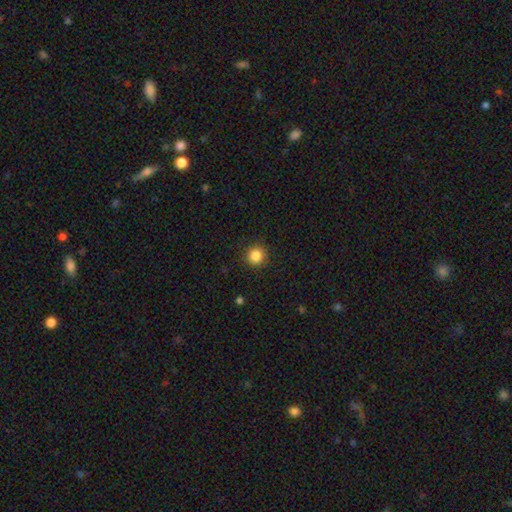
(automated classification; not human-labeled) Smooth or featured? smooth (86%)
How rounded? round (93%)
Merging? none (91%)